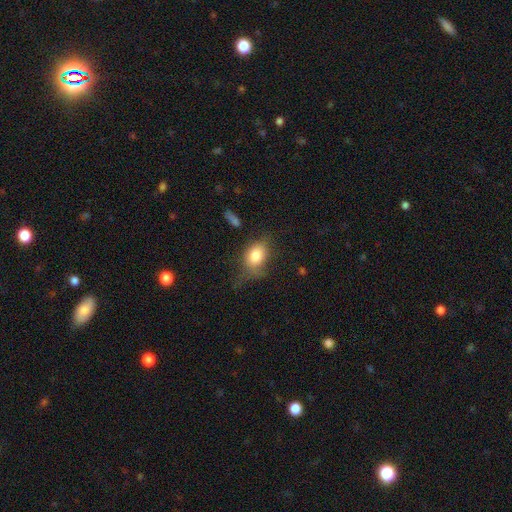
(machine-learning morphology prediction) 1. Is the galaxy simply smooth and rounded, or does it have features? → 78% smooth, 12% featured or disk, 9% star or artifact.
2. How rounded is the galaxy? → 70% in between, 28% round, 2% cigar-shaped.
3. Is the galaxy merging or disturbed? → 46% none, 31% minor disturbance, 19% major disturbance, 4% merger.